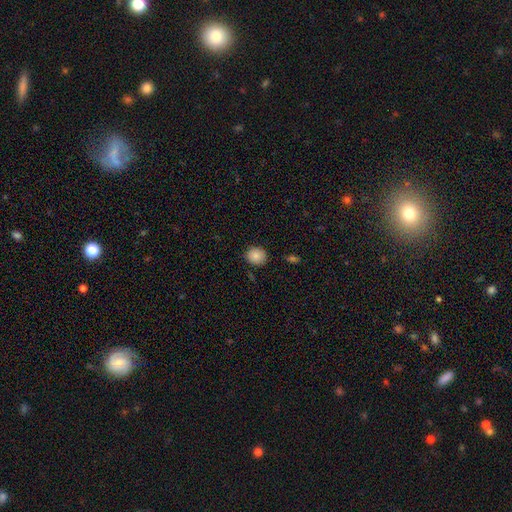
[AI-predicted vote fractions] A smooth galaxy with no disk features (86%) that is round (72%).

Vote fractions:
- Smooth or featured? smooth: 86% / star or artifact: 9% / featured or disk: 6%
- How rounded? round: 72% / in between: 27% / cigar-shaped: 1%
- Merging? none: 84% / minor disturbance: 11% / major disturbance: 2% / merger: 2%